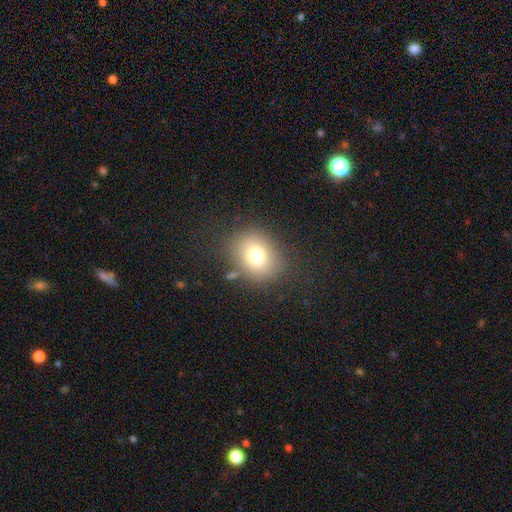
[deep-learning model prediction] smooth 76%, star or artifact 12%, featured or disk 12%. Down the decision tree: how rounded — round (53%); merging — none (79%).